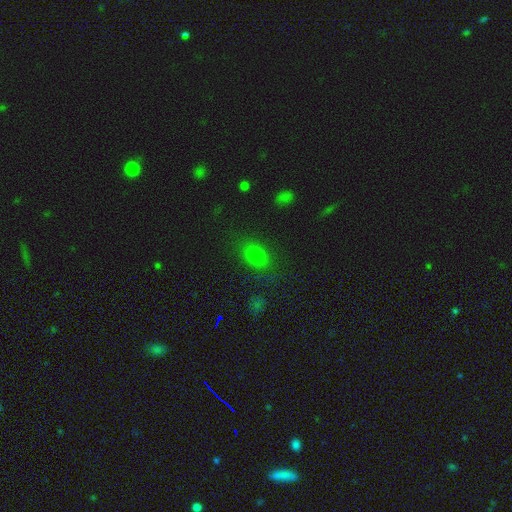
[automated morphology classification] Q: Smooth or featured?
A: smooth (76%); runner-up: star or artifact (16%)
Q: How rounded?
A: in between (69%); runner-up: round (28%)
Q: Merging?
A: none (78%); runner-up: minor disturbance (14%)